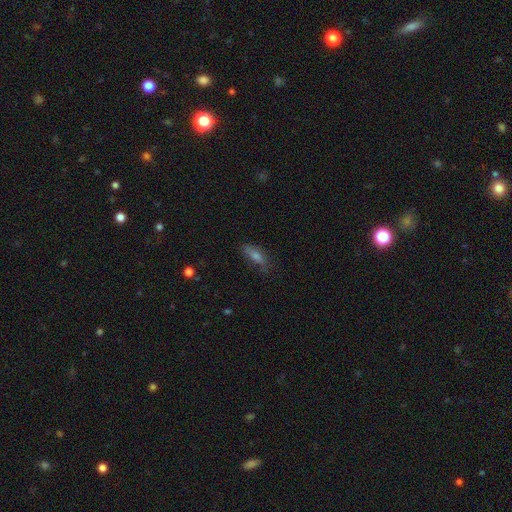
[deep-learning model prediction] smooth-or-featured: smooth: 54% | featured or disk: 30% | star or artifact: 15%
  how-rounded: in between: 48% (tied) | cigar-shaped: 48% (tied) | round: 4%
  merging: none: 75% | minor disturbance: 18% | major disturbance: 5% | merger: 2%